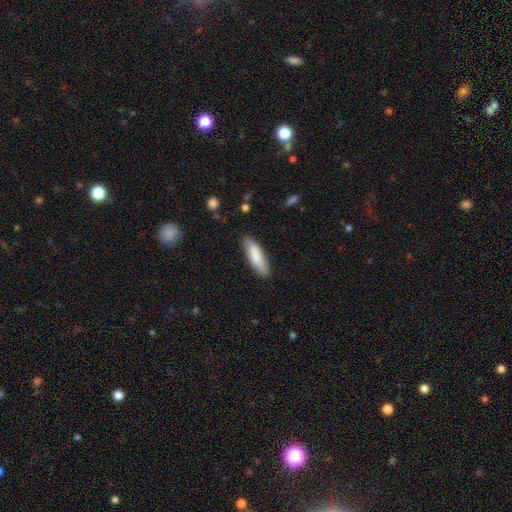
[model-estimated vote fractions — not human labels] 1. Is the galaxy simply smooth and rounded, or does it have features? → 81% smooth, 13% featured or disk, 6% star or artifact.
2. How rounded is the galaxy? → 54% cigar-shaped, 45% in between, 2% round.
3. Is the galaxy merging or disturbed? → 83% none, 13% minor disturbance, 2% major disturbance, 1% merger.